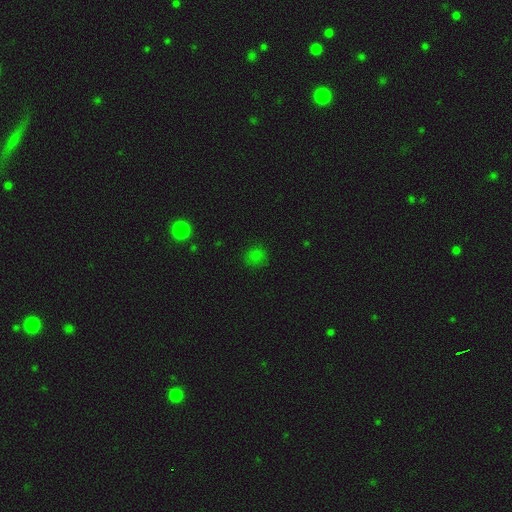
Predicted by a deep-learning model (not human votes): smooth_or_featured: smooth (p=0.74) [alt: star or artifact p=0.21]
how_rounded: round (p=0.82) [alt: in between p=0.17]
merging: none (p=0.82) [alt: minor disturbance p=0.13]